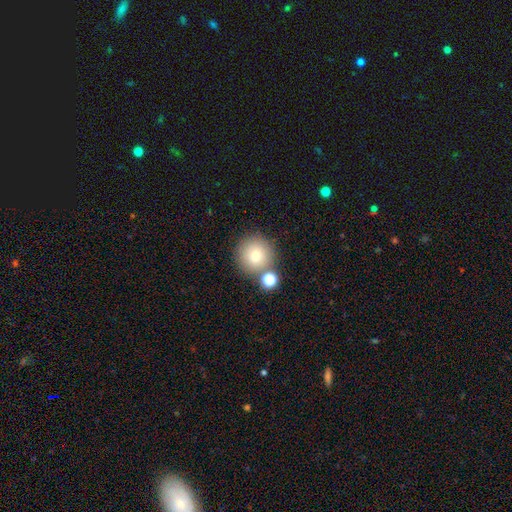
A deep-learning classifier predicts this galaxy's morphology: This appears to be a smooth galaxy with no disk features (75%) that is round (95%). Merging: none (74%).